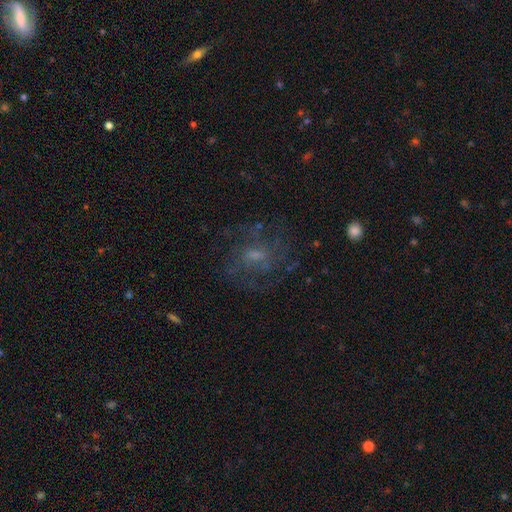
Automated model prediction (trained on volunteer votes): The model was most divided on "bulge size": small: 44%, moderate: 33%, none: 18%, large: 4%, dominant: 1%. More confident: edge-on disk — no (97%); spiral arms — yes (65%); merging — none (64%); smooth or featured — featured or disk (55%); bar — no (53%).